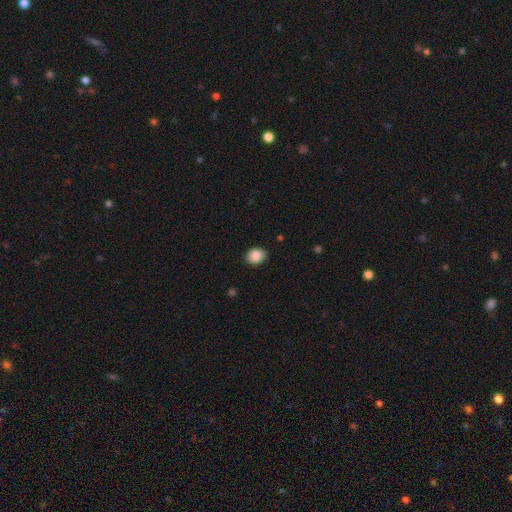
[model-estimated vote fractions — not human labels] This appears to be a smooth galaxy with no disk features (88%) that is in between round and cigar-shaped (55%). Merging: none (87%).